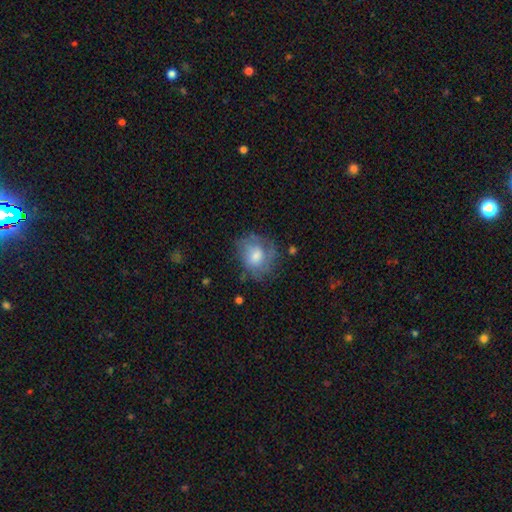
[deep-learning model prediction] Smooth or featured? smooth (49%)
Merging? none (60%)